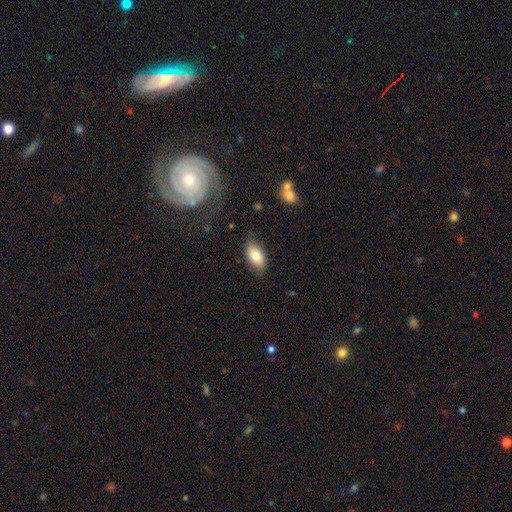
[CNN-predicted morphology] Overall: smooth (78%). How rounded: in between (92%). Merging: none (78%).